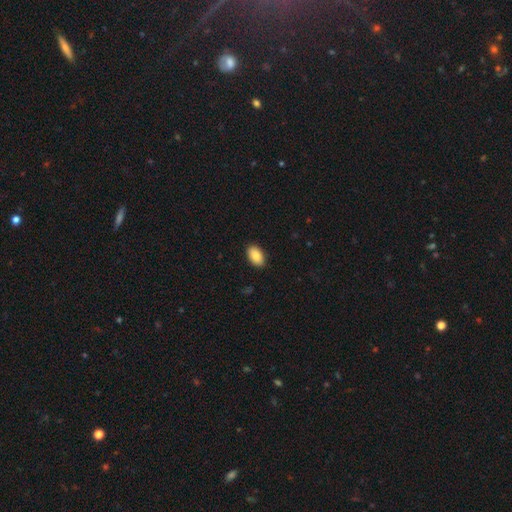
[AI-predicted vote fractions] The model was most divided on "smooth or featured": smooth: 87%, star or artifact: 7%, featured or disk: 6%. More confident: how rounded — in between (93%); merging — none (90%).